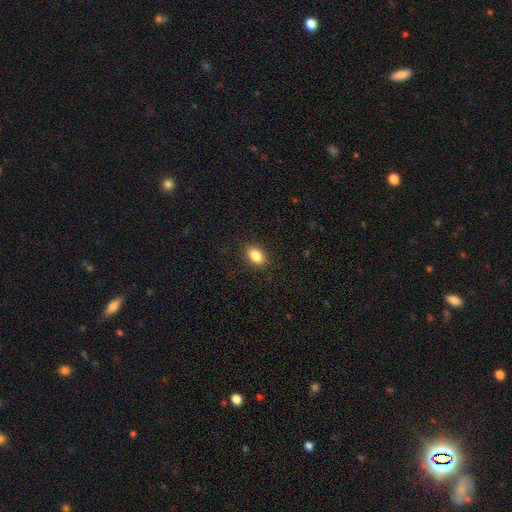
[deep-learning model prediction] This is clearly a smooth galaxy (86%). How rounded: clearly in between (84%). Merging: clearly none (89%).